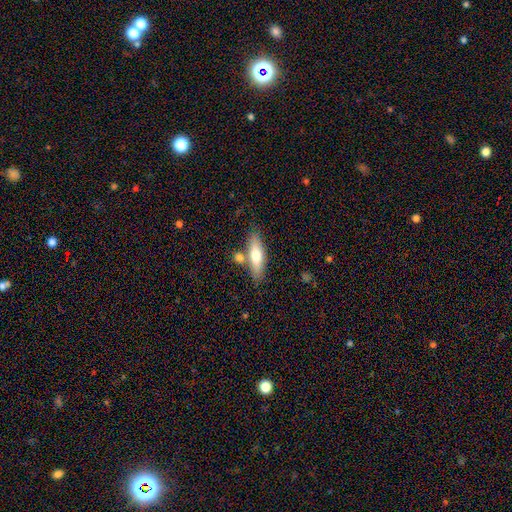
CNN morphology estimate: smooth-or-featured: smooth: 65% | featured or disk: 29% | star or artifact: 6%
  how-rounded: cigar-shaped: 57% | in between: 40% | round: 3%
  merging: none: 72% | merger: 13% | minor disturbance: 12% | major disturbance: 3%